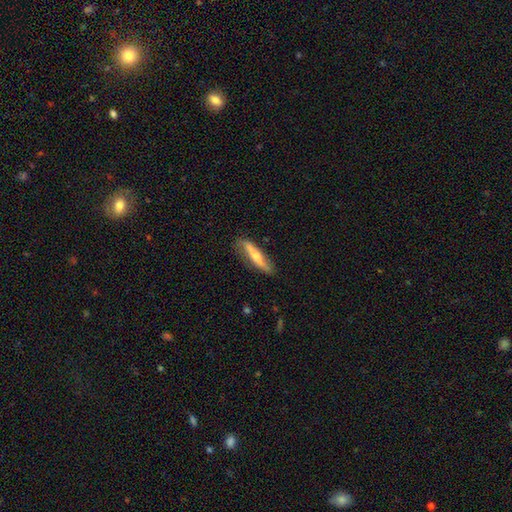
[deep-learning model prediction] The model was most divided on "smooth or featured": featured or disk: 51%, smooth: 44%, star or artifact: 5%. More confident: merging — none (79%); edge-on disk — yes (77%).